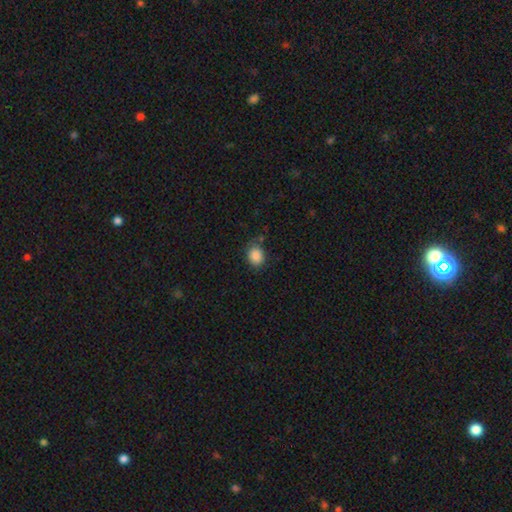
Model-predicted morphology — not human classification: A smooth galaxy with no disk features (88%) that is in between round and cigar-shaped (52%). Merging: none (74%).